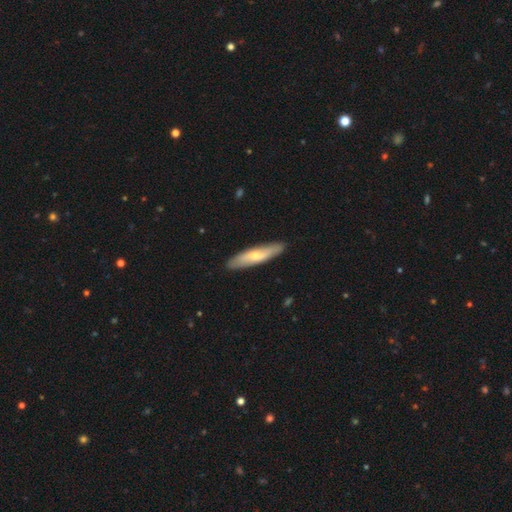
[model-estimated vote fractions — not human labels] The model was most divided on "smooth or featured": smooth: 55%, featured or disk: 41%, star or artifact: 5%. More confident: merging — none (89%); how rounded — cigar-shaped (79%).